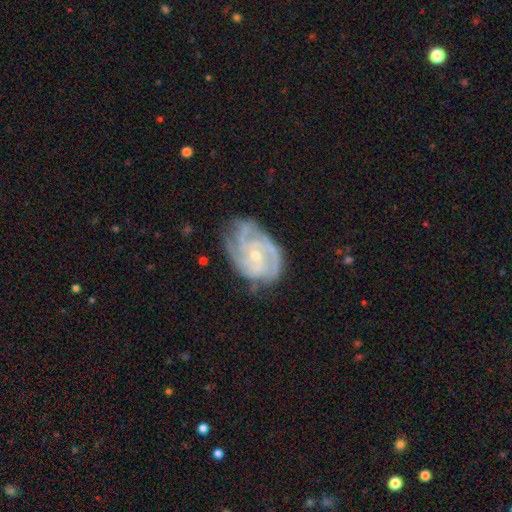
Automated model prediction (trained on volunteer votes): Smooth or featured: featured or disk — 89% (smooth — 6%)
Edge-on disk: no — 98% (yes — 2%)
Bar: no — 69% (weak — 25%)
Spiral arms: yes — 98% (no — 2%)
Spiral winding: tight — 62% (medium — 33%)
Spiral arm count: 3 — 41% (4 — 22%)
Bulge size: small — 68% (moderate — 29%)
Merging: none — 70% (minor disturbance — 22%)